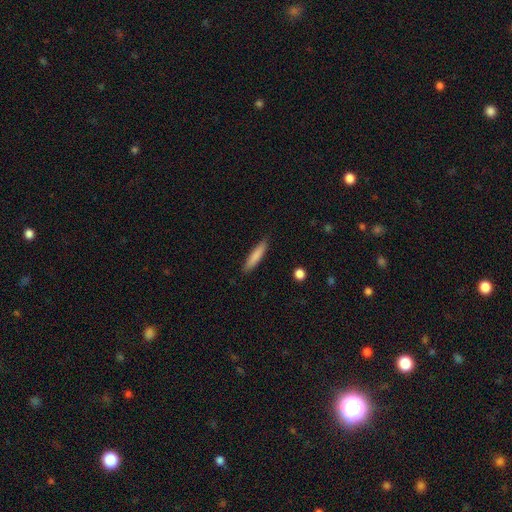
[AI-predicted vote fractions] Smooth or featured: smooth — 82% (featured or disk — 12%)
How rounded: cigar-shaped — 86% (in between — 13%)
Merging: none — 88% (minor disturbance — 9%)